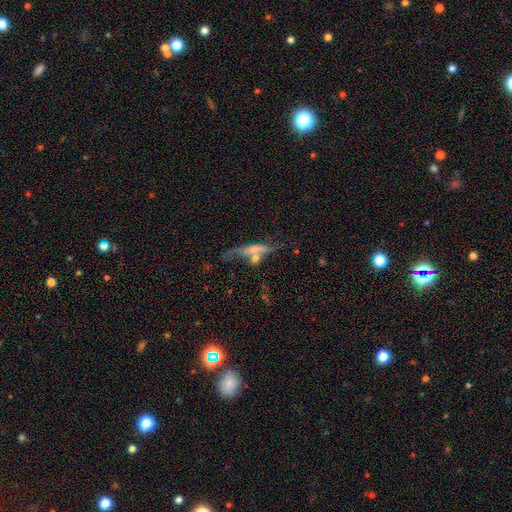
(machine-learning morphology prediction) Overall: featured or disk (52%; smooth 35%). Edge-on disk: yes (71%). Merging: none (44%; minor disturbance 21%).